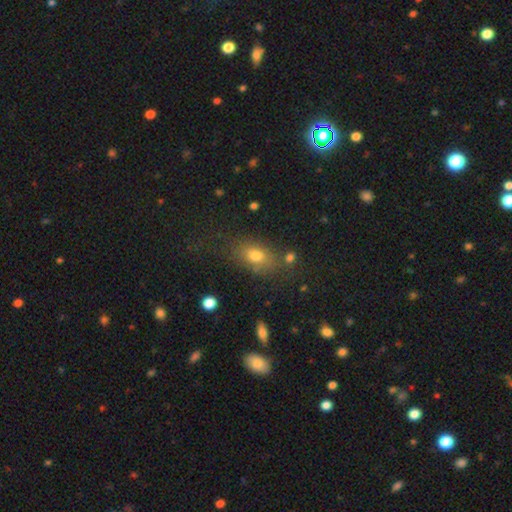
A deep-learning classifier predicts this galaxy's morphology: The model was most divided on "merging": none: 72%, minor disturbance: 15%, major disturbance: 7%, merger: 6%. More confident: how rounded — in between (77%); smooth or featured — smooth (74%).